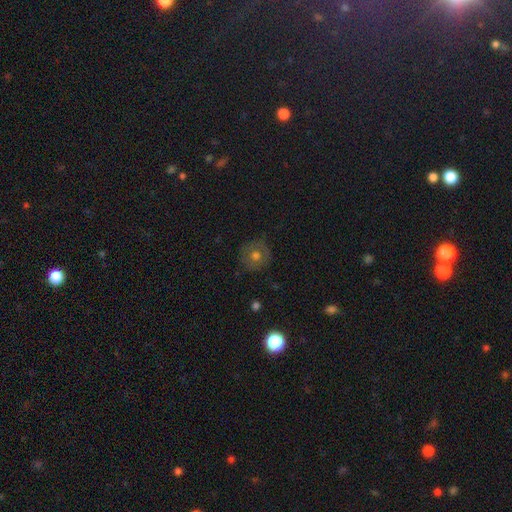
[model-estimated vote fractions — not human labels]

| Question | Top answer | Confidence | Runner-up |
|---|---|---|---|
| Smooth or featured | smooth | 63% | featured or disk (25%) |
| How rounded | round | 91% | in between (8%) |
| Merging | none | 82% | minor disturbance (13%) |